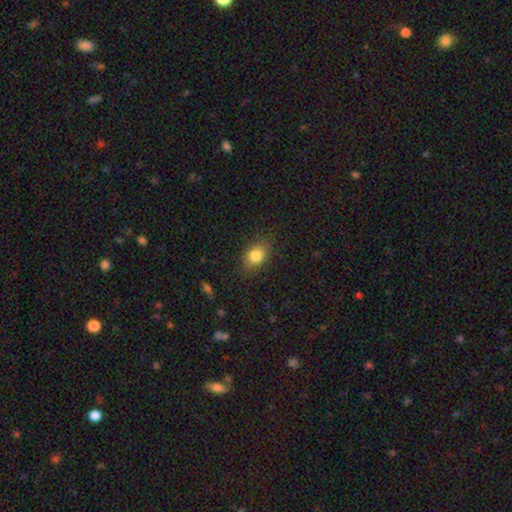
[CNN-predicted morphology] The model was most divided on "how rounded": in between: 71%, round: 27%, cigar-shaped: 2%. More confident: smooth or featured — smooth (83%); merging — none (82%).